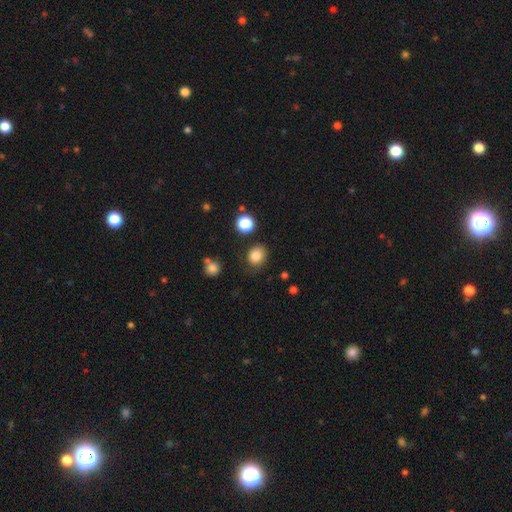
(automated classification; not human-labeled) Smooth or featured?
  - smooth: 83% *
  - star or artifact: 12%
  - featured or disk: 6%
How rounded?
  - round: 62% *
  - in between: 37%
  - cigar-shaped: 1%
Merging?
  - none: 75% *
  - minor disturbance: 17%
  - major disturbance: 5%
  - merger: 3%